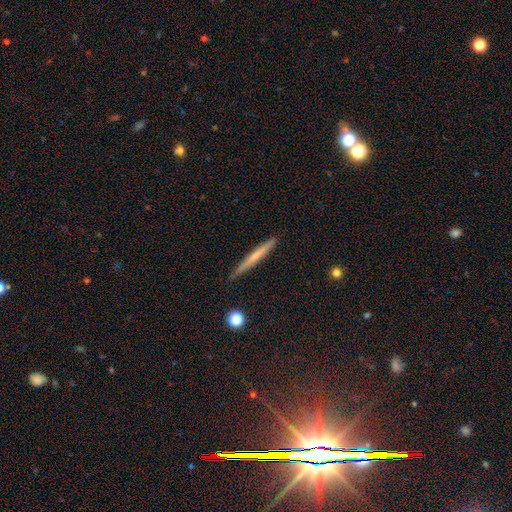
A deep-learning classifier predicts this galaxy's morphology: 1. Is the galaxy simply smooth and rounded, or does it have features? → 46% smooth (tied), 46% featured or disk (tied), 7% star or artifact.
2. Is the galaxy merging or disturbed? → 89% none, 8% minor disturbance, 1% major disturbance, 1% merger.